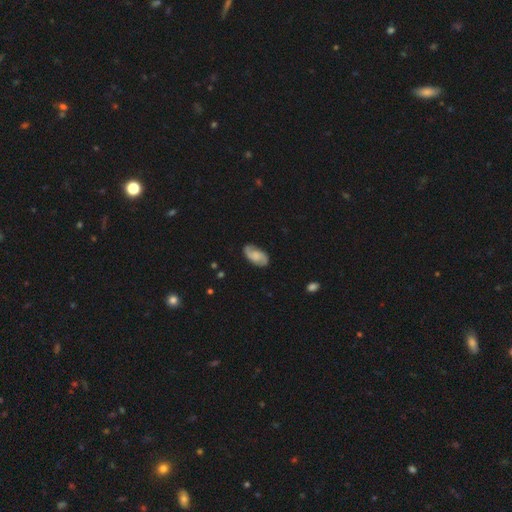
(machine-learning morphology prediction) Smooth or featured: featured or disk — 60% (smooth — 33%)
Edge-on disk: no — 96% (yes — 4%)
Bar: no — 59% (weak — 35%)
Spiral arms: yes — 92% (no — 8%)
Spiral winding: medium — 44% (loose — 30%)
Spiral arm count: 2 — 87% (can't tell — 7%)
Bulge size: none — 32% (small — 29%)
Merging: none — 79% (minor disturbance — 16%)